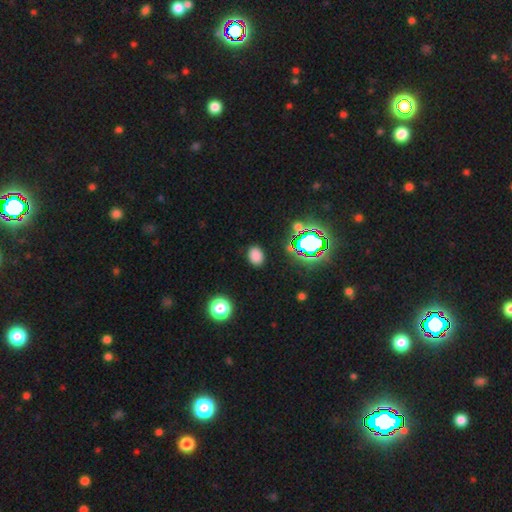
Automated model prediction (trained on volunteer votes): Smooth or featured? smooth (76%)
How rounded? in between (64%)
Merging? none (86%)